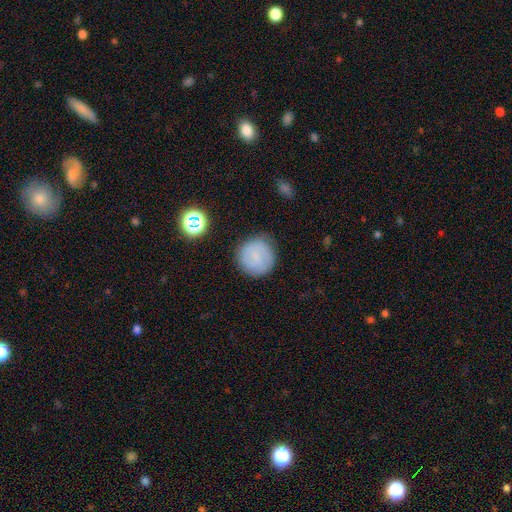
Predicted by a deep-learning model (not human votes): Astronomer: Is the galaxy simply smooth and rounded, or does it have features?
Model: smooth — 71%.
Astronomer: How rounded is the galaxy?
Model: round — 91%.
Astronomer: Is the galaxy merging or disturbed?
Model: none — 80%.